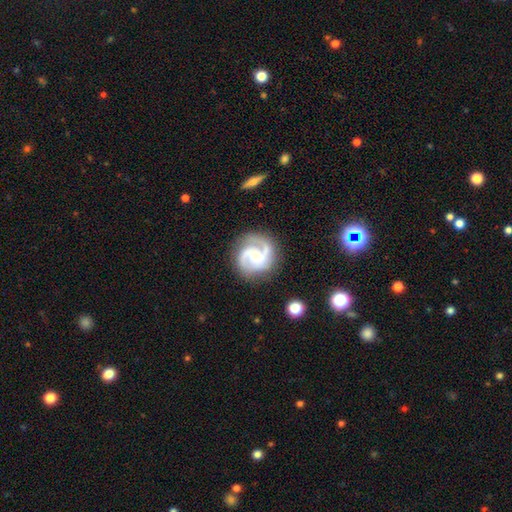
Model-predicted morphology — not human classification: featured or disk 88%, smooth 7%, star or artifact 5%. Down the decision tree: edge-on disk — no (98%); bar — no (51%); spiral arms — yes (98%); spiral arm count — 2 (78%); spiral winding — medium (54%); bulge size — small (57%); merging — none (79%).